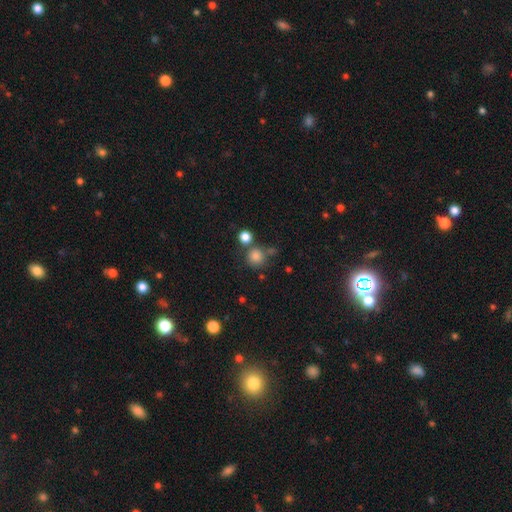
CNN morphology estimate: Smooth or featured? Predicted: smooth (p=0.81). How rounded? Predicted: round (p=0.91). Merging? Predicted: none (p=0.66).